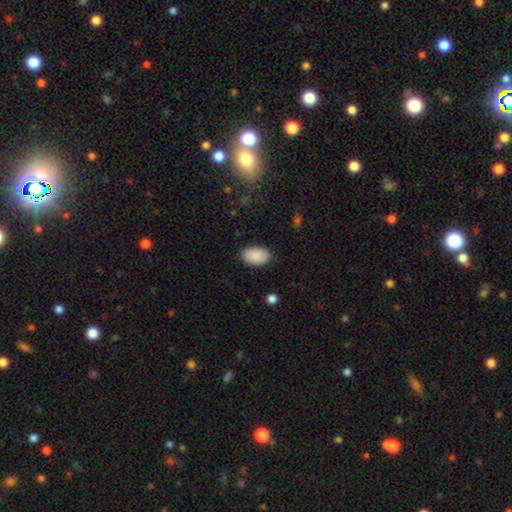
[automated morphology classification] Overall: smooth (90%). How rounded: in between (92%). Merging: none (87%).